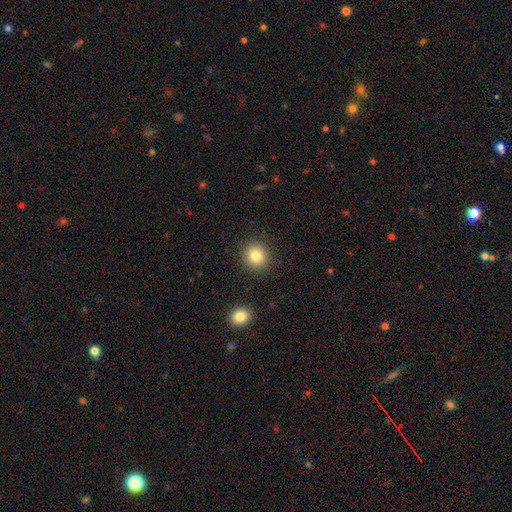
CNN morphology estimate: Smooth or featured?
  - smooth: 82% *
  - star or artifact: 11%
  - featured or disk: 7%
How rounded?
  - round: 90% *
  - in between: 9%
  - cigar-shaped: 1%
Merging?
  - none: 89% *
  - minor disturbance: 6%
  - major disturbance: 2%
  - merger: 2%